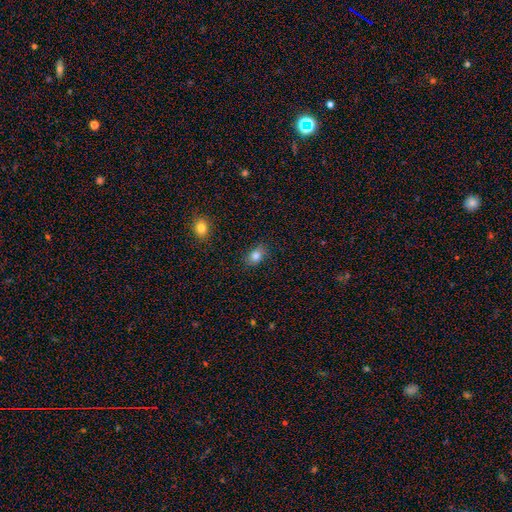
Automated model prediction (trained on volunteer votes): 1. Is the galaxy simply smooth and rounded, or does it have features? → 83% smooth, 10% star or artifact, 6% featured or disk.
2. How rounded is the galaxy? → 69% in between, 29% round, 2% cigar-shaped.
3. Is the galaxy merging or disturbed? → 81% none, 14% minor disturbance, 3% major disturbance, 1% merger.